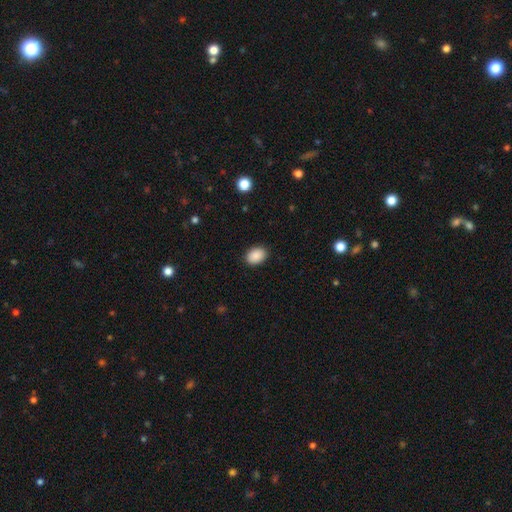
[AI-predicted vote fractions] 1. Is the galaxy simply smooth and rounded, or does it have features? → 90% smooth, 7% star or artifact, 3% featured or disk.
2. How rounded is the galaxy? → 74% in between, 25% round, 1% cigar-shaped.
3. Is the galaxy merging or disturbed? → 89% none, 8% minor disturbance, 2% major disturbance, 1% merger.